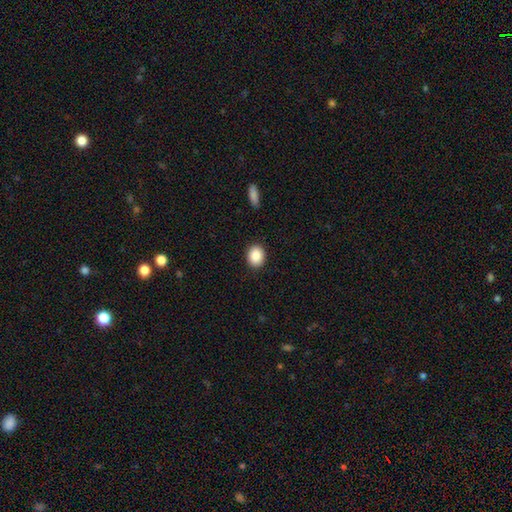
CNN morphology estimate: smooth_or_featured: smooth (p=0.88) [alt: star or artifact p=0.08]
how_rounded: round (p=0.51) [alt: in between p=0.48]
merging: none (p=0.90) [alt: minor disturbance p=0.07]